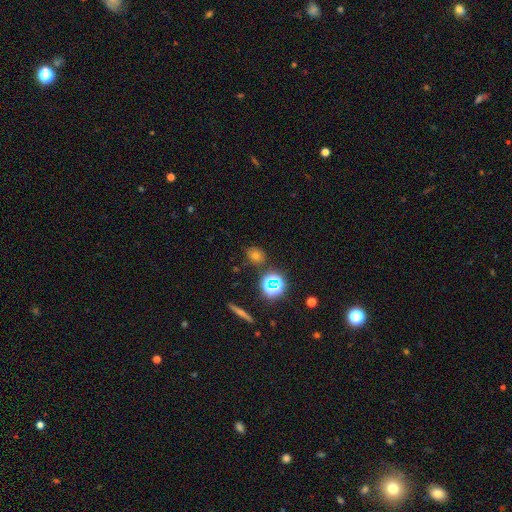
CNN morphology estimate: Smooth or featured? smooth (61%)
How rounded? round (77%)
Merging? none (83%)